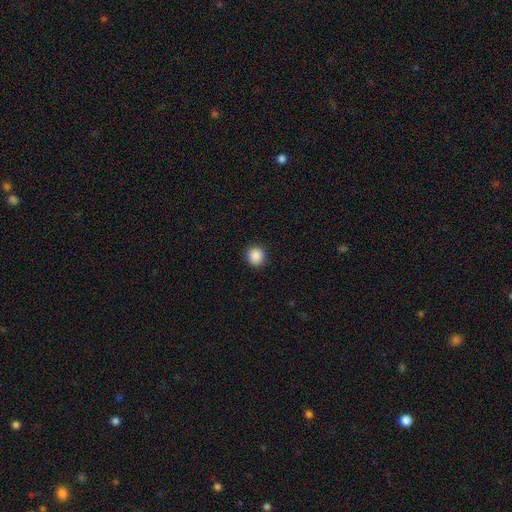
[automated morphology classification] A smooth galaxy with no disk features (88%) that is round (93%).

Vote fractions:
- Smooth or featured? smooth: 88% / star or artifact: 9% / featured or disk: 3%
- How rounded? round: 93% / in between: 6% / cigar-shaped: 1%
- Merging? none: 92% / minor disturbance: 5% / major disturbance: 2% / merger: 1%